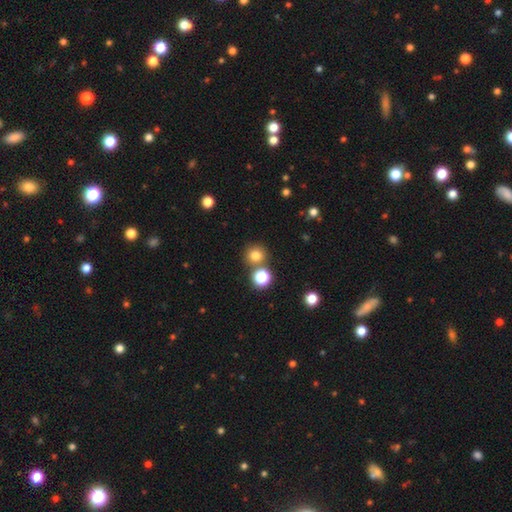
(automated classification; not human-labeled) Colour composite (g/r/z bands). It shows a smooth galaxy with no disk features (76%) that is round (91%). Merging: none (75%).